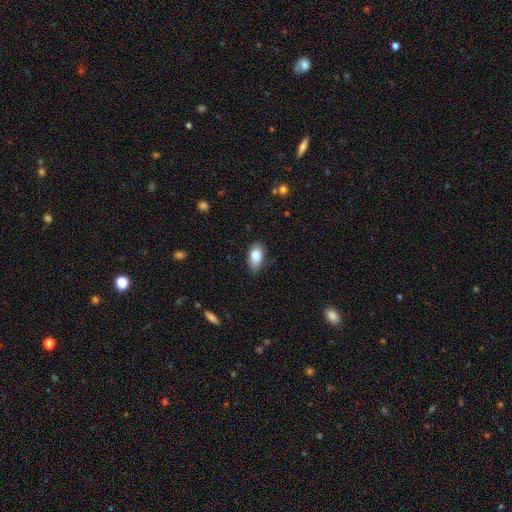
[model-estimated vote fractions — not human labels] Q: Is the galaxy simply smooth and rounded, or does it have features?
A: smooth — 84%.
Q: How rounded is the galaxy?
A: in between — 92%.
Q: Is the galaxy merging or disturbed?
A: none — 81%.